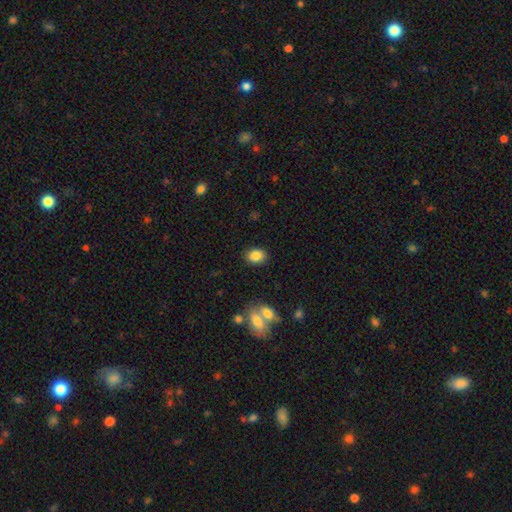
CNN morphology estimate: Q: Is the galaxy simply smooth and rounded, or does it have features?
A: smooth — 86%.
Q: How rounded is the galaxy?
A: in between — 66%.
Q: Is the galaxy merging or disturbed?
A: none — 86%.